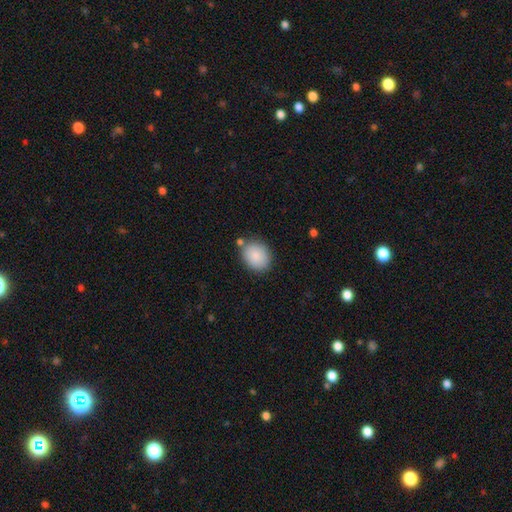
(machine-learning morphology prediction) Smooth or featured?
  - smooth: 86% *
  - featured or disk: 7%
  - star or artifact: 7%
How rounded?
  - round: 50% *
  - in between: 49%
  - cigar-shaped: 1%
Merging?
  - none: 78% *
  - minor disturbance: 13%
  - merger: 6%
  - major disturbance: 3%